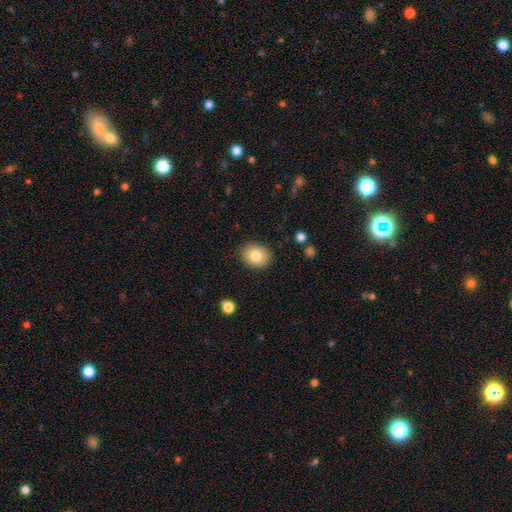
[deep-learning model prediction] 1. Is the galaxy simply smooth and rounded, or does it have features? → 81% smooth, 11% featured or disk, 8% star or artifact.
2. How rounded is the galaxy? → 53% in between, 46% round, 1% cigar-shaped.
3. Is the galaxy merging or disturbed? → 87% none, 10% minor disturbance, 2% major disturbance, 1% merger.